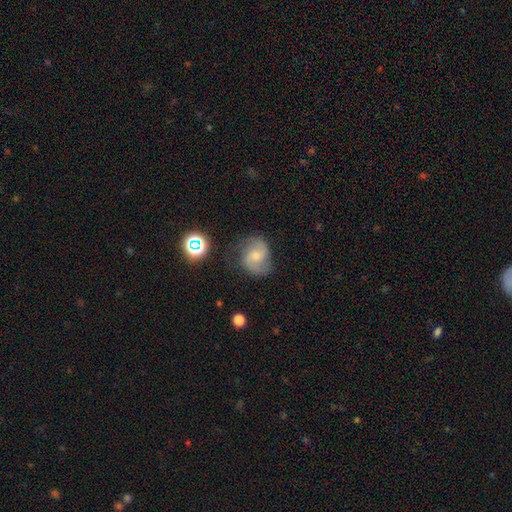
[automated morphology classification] Overall: featured or disk (74%). Edge-on disk: no (98%). Bar: no (56%; weak 38%). Spiral arms: yes (95%). Spiral arm count: 2 (89%). Spiral winding: medium (53%; loose 27%). Bulge size: small (50%; moderate 38%). Merging: none (70%).